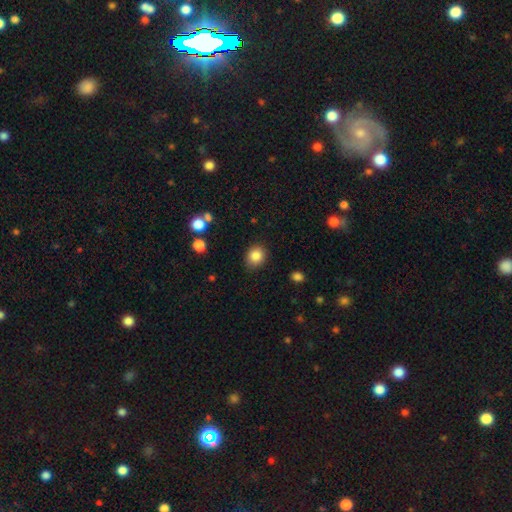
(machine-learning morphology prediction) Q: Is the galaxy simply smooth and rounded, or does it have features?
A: smooth — 85%.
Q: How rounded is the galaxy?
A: round — 65%.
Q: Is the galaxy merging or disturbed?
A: none — 84%.